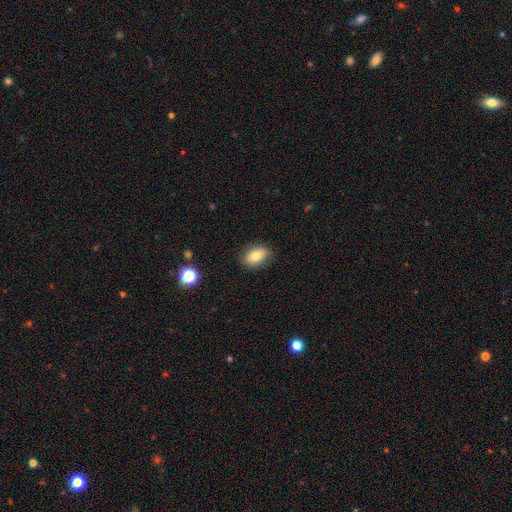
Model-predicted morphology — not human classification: A smooth galaxy with no disk features (78%) that is in between round and cigar-shaped (80%).

Vote fractions:
- Smooth or featured? smooth: 78% / featured or disk: 13% / star or artifact: 9%
- How rounded? in between: 80% / round: 18% / cigar-shaped: 2%
- Merging? none: 83% / minor disturbance: 13% / major disturbance: 3% / merger: 1%